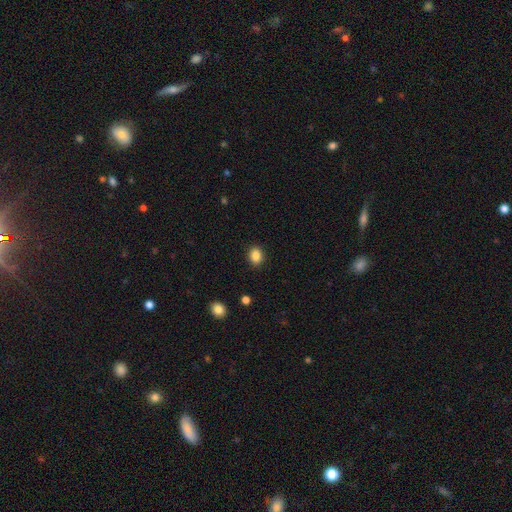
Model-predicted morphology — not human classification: smooth 86%, star or artifact 10%, featured or disk 4%. Down the decision tree: how rounded — round (52%); merging — none (90%).